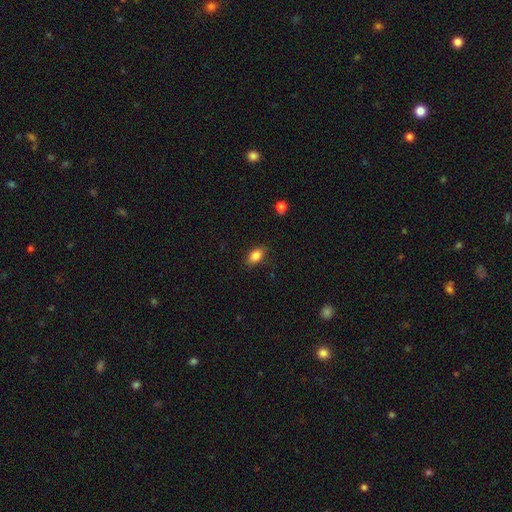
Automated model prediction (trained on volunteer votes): Overall: smooth (84%). How rounded: in between (84%). Merging: none (84%).